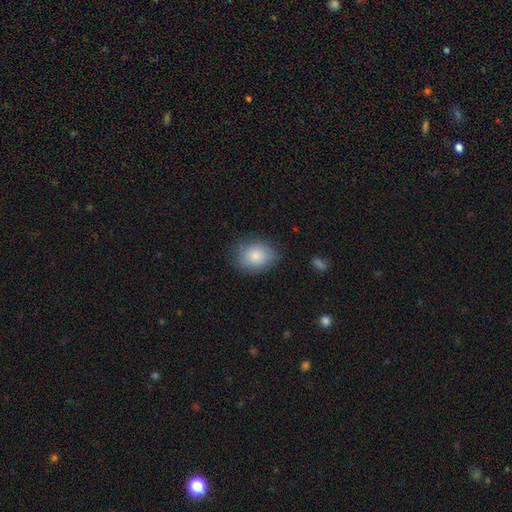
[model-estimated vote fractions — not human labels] smooth_or_featured: smooth (p=0.83) [alt: featured or disk p=0.10]
how_rounded: in between (p=0.52) [alt: round p=0.47]
merging: none (p=0.80) [alt: minor disturbance p=0.15]